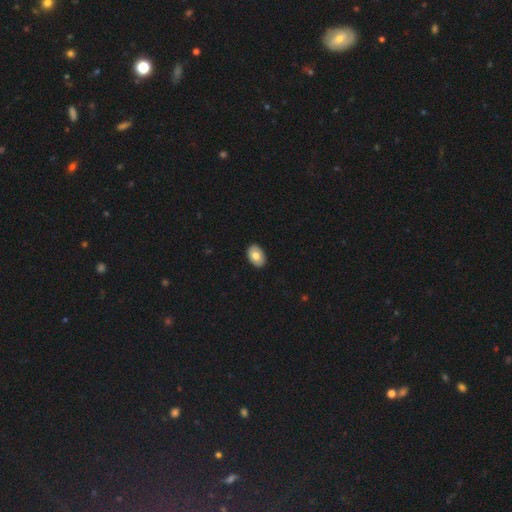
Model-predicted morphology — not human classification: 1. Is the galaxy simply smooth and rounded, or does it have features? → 77% smooth, 17% featured or disk, 7% star or artifact.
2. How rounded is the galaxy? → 88% in between, 11% round, 1% cigar-shaped.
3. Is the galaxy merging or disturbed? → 90% none, 7% minor disturbance, 2% major disturbance, 1% merger.